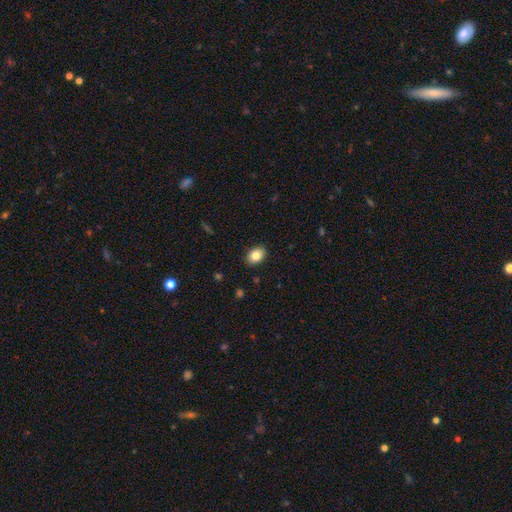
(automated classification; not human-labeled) Q: Smooth or featured?
A: smooth (83%); runner-up: featured or disk (8%)
Q: How rounded?
A: in between (77%); runner-up: round (22%)
Q: Merging?
A: none (89%); runner-up: minor disturbance (8%)